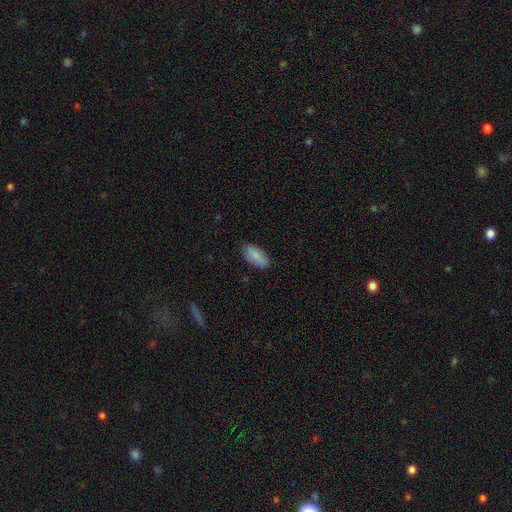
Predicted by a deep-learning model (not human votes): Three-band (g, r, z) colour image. It shows a smooth galaxy with no disk features (87%) that is in between round and cigar-shaped (90%). Merging: none (86%).